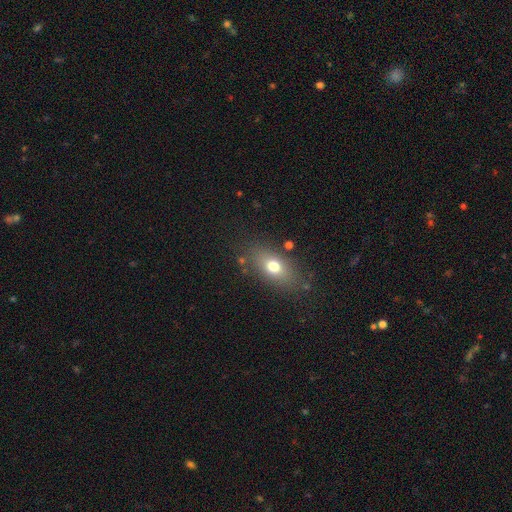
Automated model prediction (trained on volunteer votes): This appears to be a smooth galaxy with no disk features (63%) that is in between round and cigar-shaped (76%). Merging: none (80%).